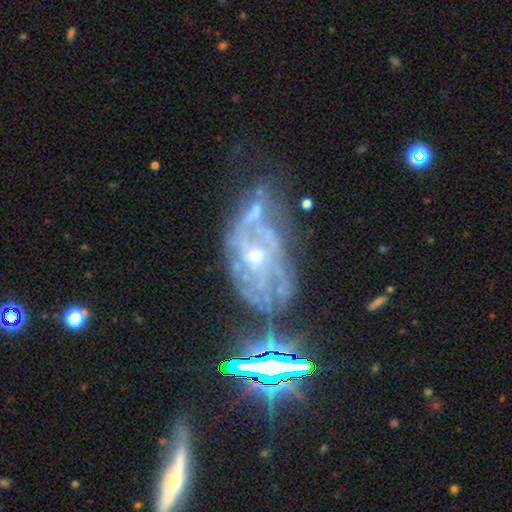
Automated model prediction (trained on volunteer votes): Q: Smooth or featured?
A: featured or disk (74%); runner-up: star or artifact (17%)
Q: Edge-on disk?
A: no (93%); runner-up: yes (7%)
Q: Bar?
A: no (68%); runner-up: weak (24%)
Q: Spiral arms?
A: yes (77%); runner-up: no (23%)
Q: Spiral winding?
A: tight (56%); runner-up: medium (31%)
Q: Spiral arm count?
A: can't tell (51%); runner-up: 2 (20%)
Q: Bulge size?
A: small (59%); runner-up: moderate (36%)
Q: Merging?
A: none (39%); runner-up: minor disturbance (24%)